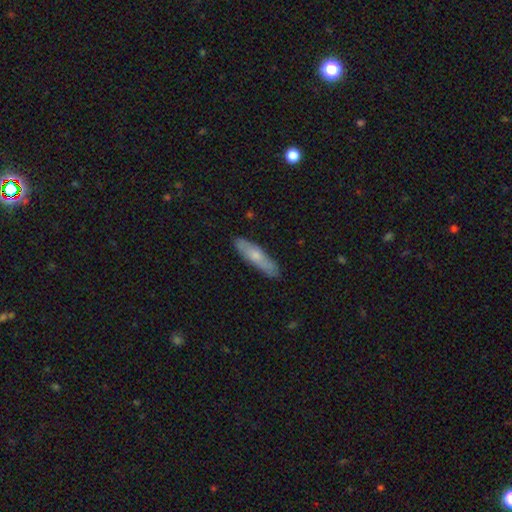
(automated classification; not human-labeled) Smooth or featured? Predicted: smooth (p=0.61). How rounded? Predicted: cigar-shaped (p=0.73). Merging? Predicted: none (p=0.84).